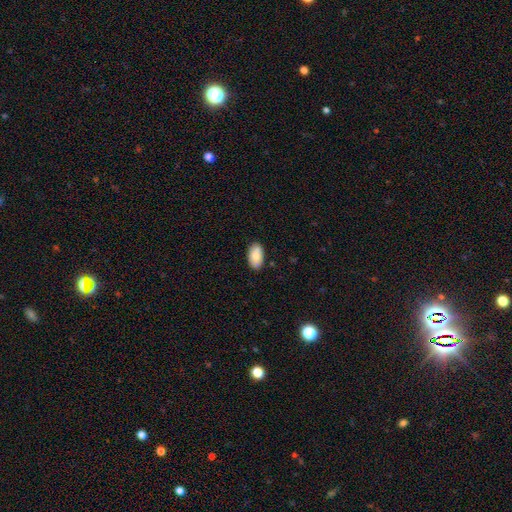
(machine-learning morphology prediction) Smooth or featured? smooth (85%)
How rounded? in between (95%)
Merging? none (85%)